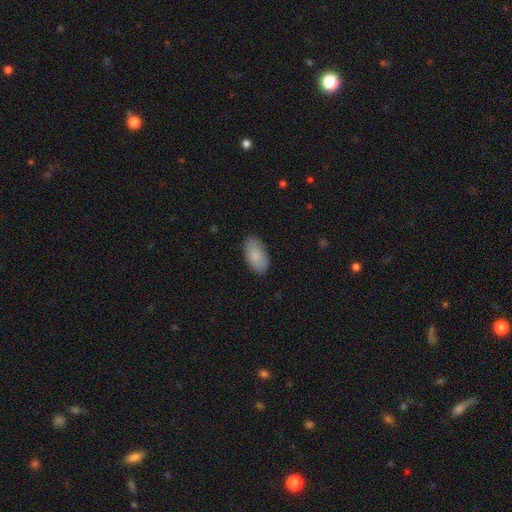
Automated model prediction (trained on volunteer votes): A smooth galaxy with no disk features (87%) that is in between round and cigar-shaped (95%). Merging: none (85%).